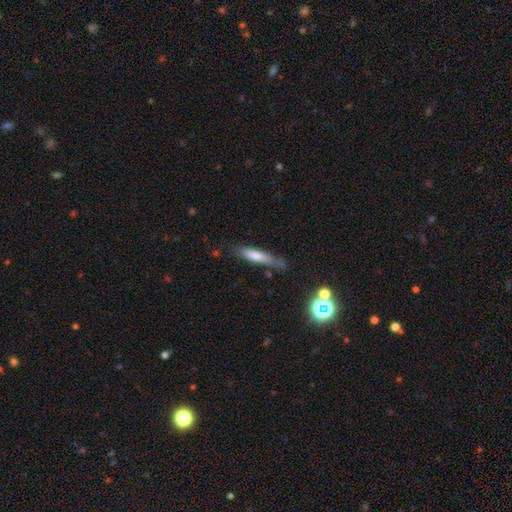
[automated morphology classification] smooth 56%, featured or disk 32%, star or artifact 12%. Down the decision tree: how rounded — cigar-shaped (84%); merging — none (67%).